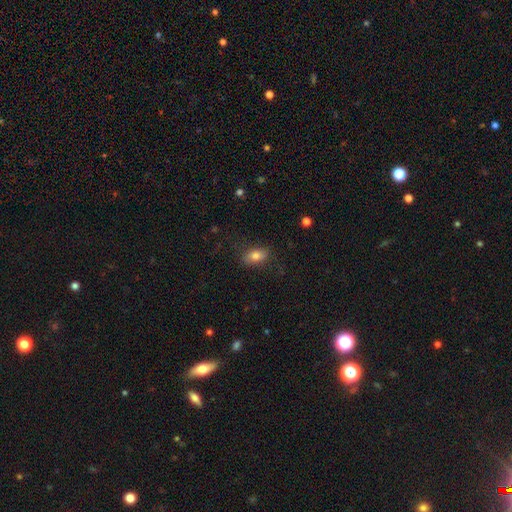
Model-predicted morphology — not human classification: This is likely a smooth galaxy (80%). How rounded: clearly in between (86%). Merging: likely none (80%).